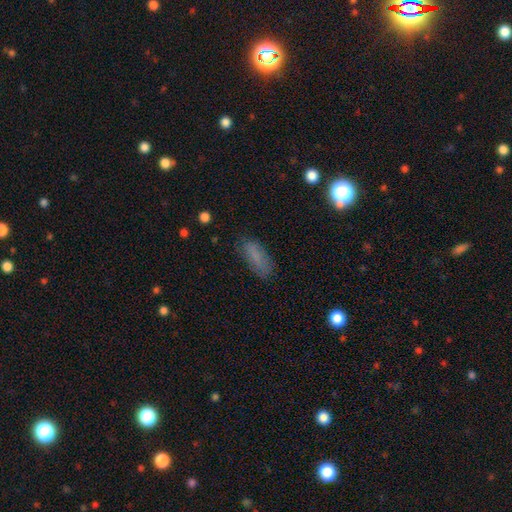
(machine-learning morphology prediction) This is likely a smooth galaxy (76%). How rounded: likely in between (67%). Merging: likely none (77%).